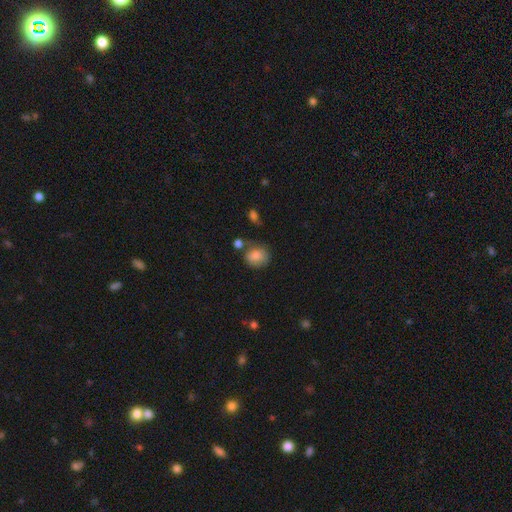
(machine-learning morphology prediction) Smooth or featured: smooth — 81% (featured or disk — 10%)
How rounded: round — 70% (in between — 29%)
Merging: none — 64% (minor disturbance — 20%)